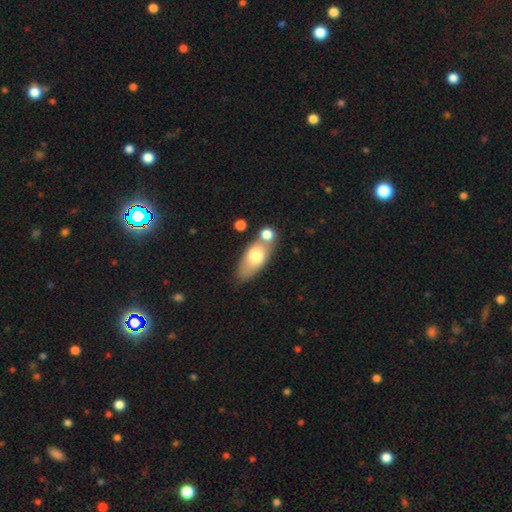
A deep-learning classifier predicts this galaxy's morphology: smooth 68%, featured or disk 25%, star or artifact 7%. Down the decision tree: how rounded — in between (80%); merging — none (55%).